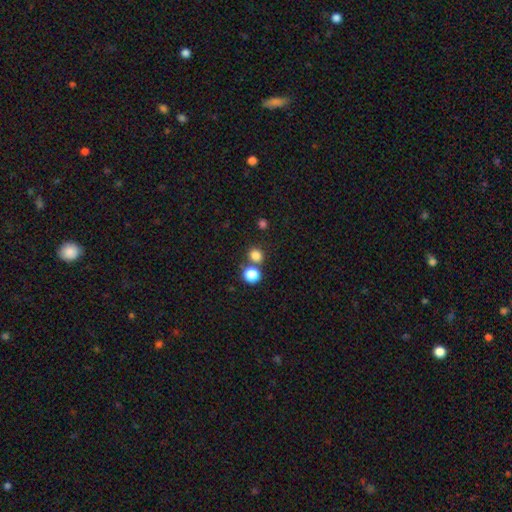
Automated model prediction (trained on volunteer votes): Smooth or featured? Predicted: smooth (p=0.81). How rounded? Predicted: round (p=0.77). Merging? Predicted: none (p=0.67).